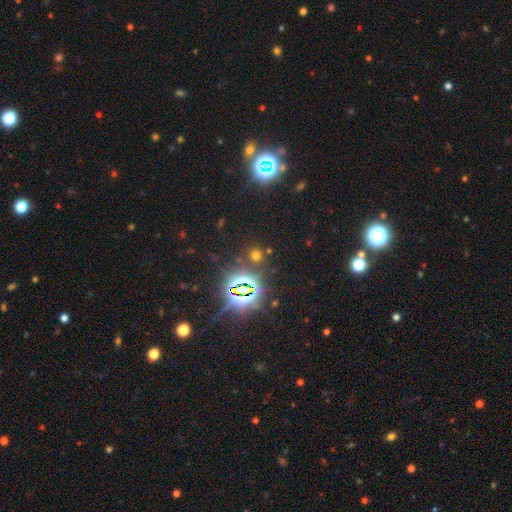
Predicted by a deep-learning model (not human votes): smooth-or-featured: star or artifact: 49% | smooth: 45% | featured or disk: 7%